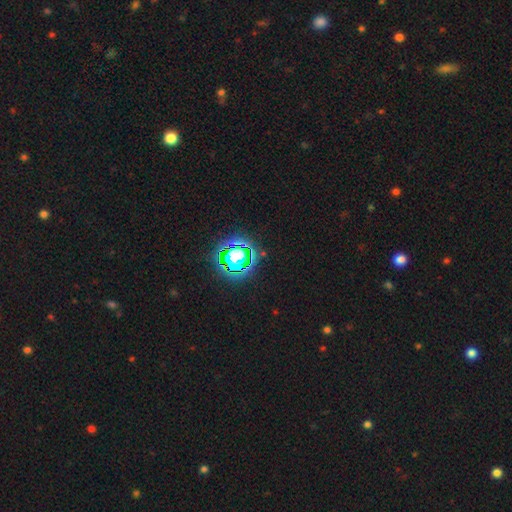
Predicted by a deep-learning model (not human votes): Smooth or featured? Predicted: star or artifact (p=0.82).